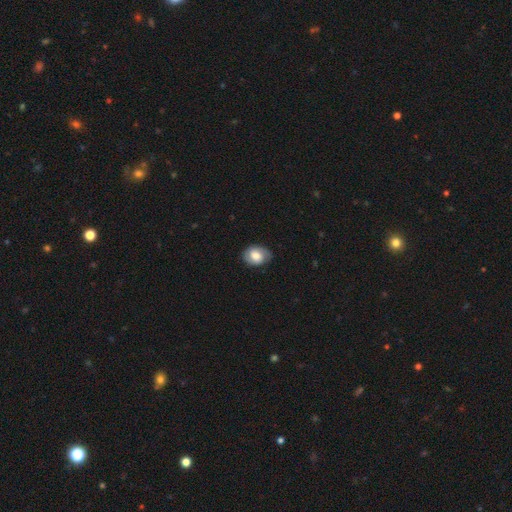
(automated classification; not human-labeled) smooth_or_featured: smooth (p=0.61) [alt: featured or disk p=0.31]
how_rounded: in between (p=0.67) [alt: round p=0.32]
merging: none (p=0.79) [alt: minor disturbance p=0.16]